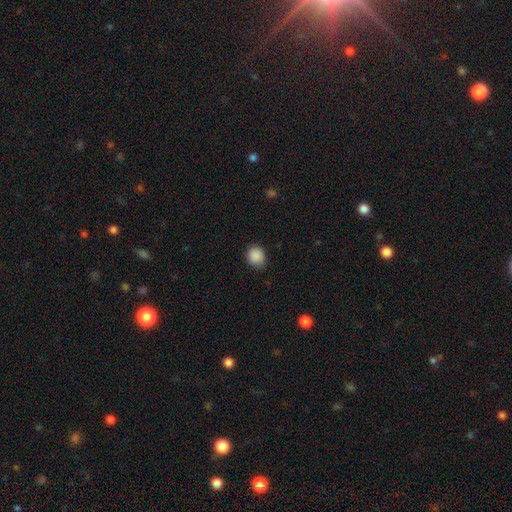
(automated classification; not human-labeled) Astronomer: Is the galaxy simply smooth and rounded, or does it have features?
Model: smooth — 88%.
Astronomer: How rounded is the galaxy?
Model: round — 74%.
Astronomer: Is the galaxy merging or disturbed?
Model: none — 81%.